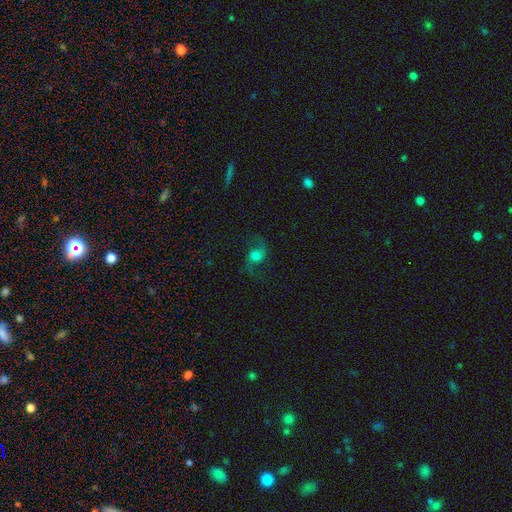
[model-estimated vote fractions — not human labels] Smooth or featured? featured or disk (68%)
Edge-on disk? no (96%)
Bar? no (68%)
Spiral arms? yes (93%)
Spiral winding? loose (78%)
Spiral arm count? 2 (93%)
Bulge size? moderate (47%)
Merging? none (73%)